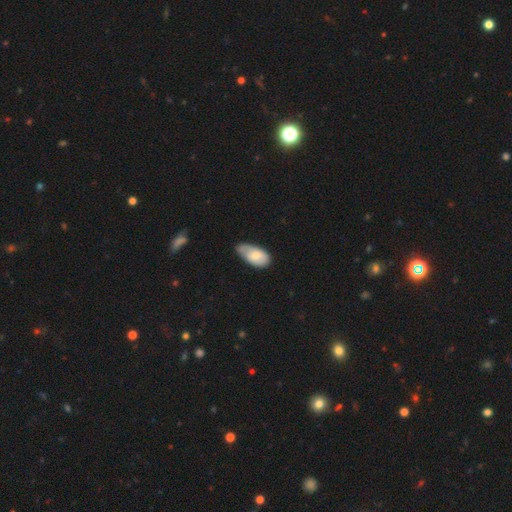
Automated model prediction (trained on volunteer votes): This is likely a smooth galaxy (72%). How rounded: clearly in between (94%). Merging: possibly minor disturbance (49%).